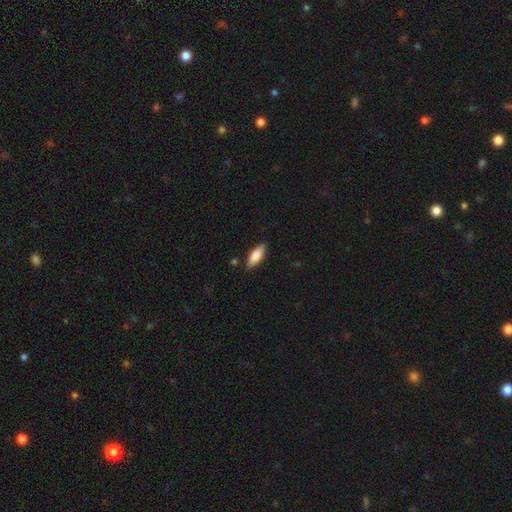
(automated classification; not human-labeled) smooth_or_featured: smooth (p=0.78) [alt: featured or disk p=0.16]
how_rounded: in between (p=0.68) [alt: cigar-shaped p=0.30]
merging: none (p=0.85) [alt: minor disturbance p=0.12]